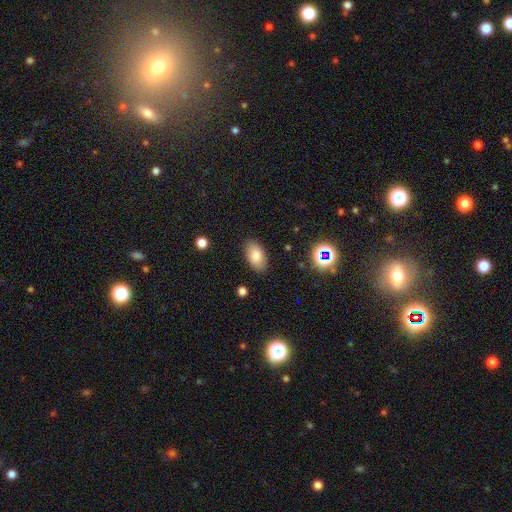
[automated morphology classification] Smooth or featured: smooth — 81% (featured or disk — 10%)
How rounded: in between — 93% (round — 5%)
Merging: none — 86% (minor disturbance — 10%)